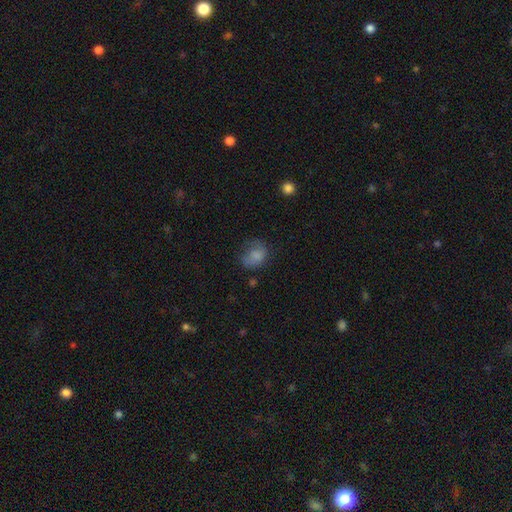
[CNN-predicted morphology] smooth 74%, featured or disk 15%, star or artifact 11%. Down the decision tree: how rounded — in between (58%); merging — none (42%).